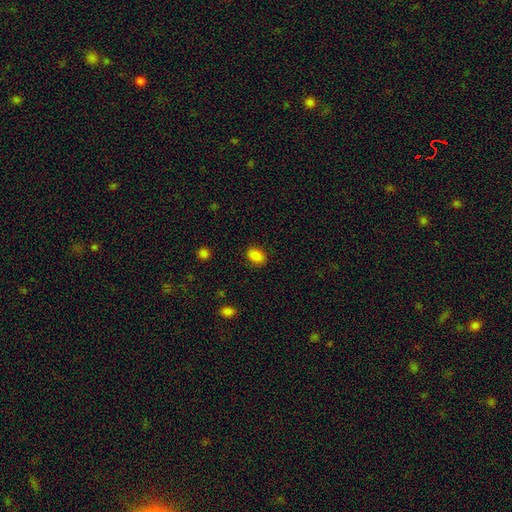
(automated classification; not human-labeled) A smooth galaxy with no disk features (86%) that is in between round and cigar-shaped (76%). Merging: none (86%).